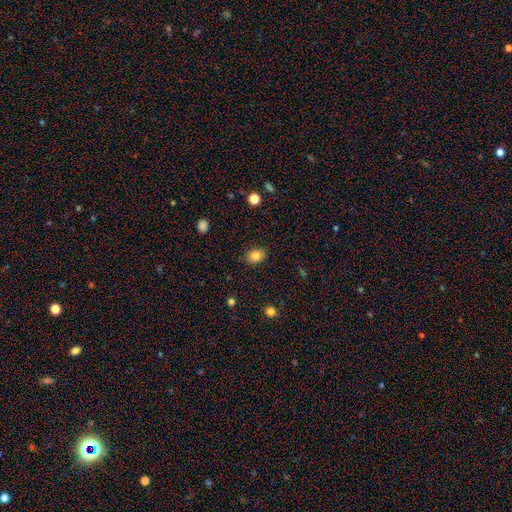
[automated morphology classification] This is clearly a smooth galaxy (83%). How rounded: possibly in between (59%). Merging: clearly none (86%).